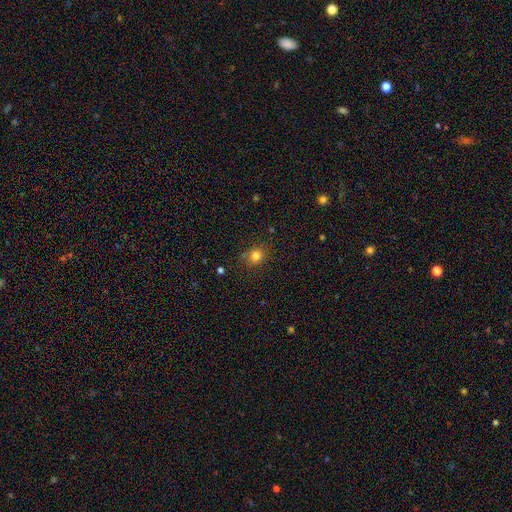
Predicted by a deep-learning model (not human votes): Smooth or featured?
  - smooth: 80% *
  - star or artifact: 14%
  - featured or disk: 6%
How rounded?
  - round: 78% *
  - in between: 21%
  - cigar-shaped: 1%
Merging?
  - none: 80% *
  - minor disturbance: 12%
  - merger: 4%
  - major disturbance: 3%